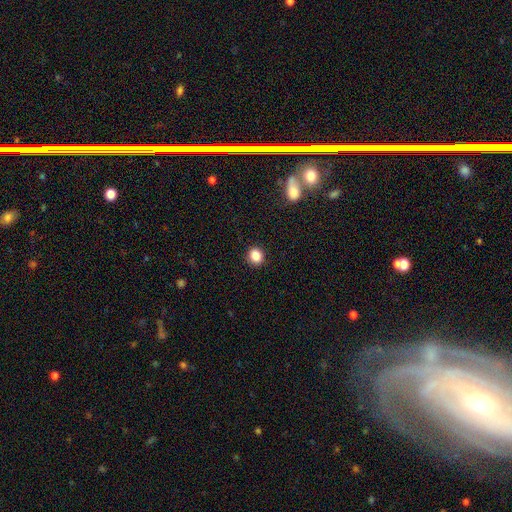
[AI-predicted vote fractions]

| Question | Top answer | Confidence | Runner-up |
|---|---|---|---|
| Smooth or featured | smooth | 86% | star or artifact (10%) |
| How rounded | round | 76% | in between (23%) |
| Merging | none | 91% | minor disturbance (6%) |